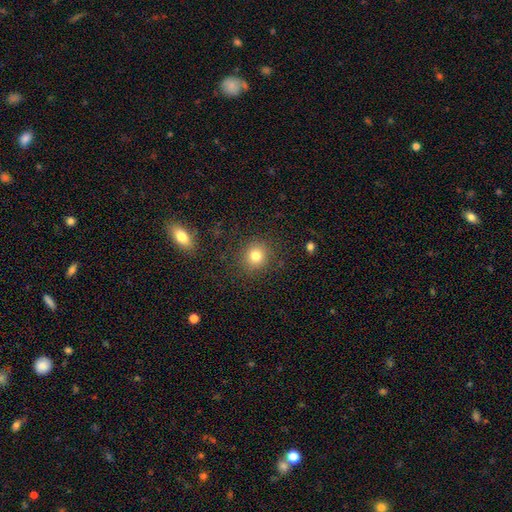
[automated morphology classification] smooth 79%, star or artifact 13%, featured or disk 8%. Down the decision tree: how rounded — round (89%); merging — none (87%).